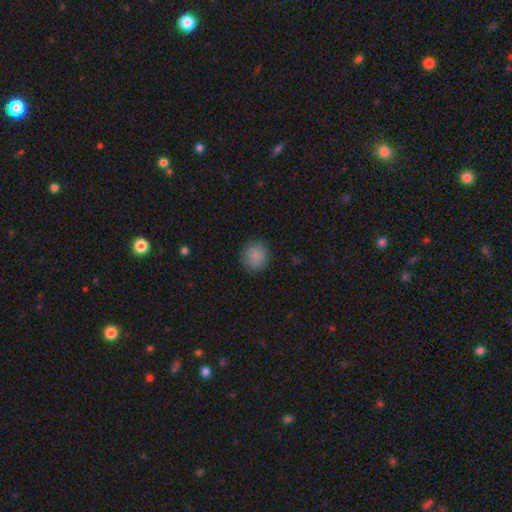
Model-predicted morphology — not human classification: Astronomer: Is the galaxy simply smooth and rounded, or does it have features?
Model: smooth — 88%.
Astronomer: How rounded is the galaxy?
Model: round — 88%.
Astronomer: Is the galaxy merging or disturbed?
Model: none — 87%.